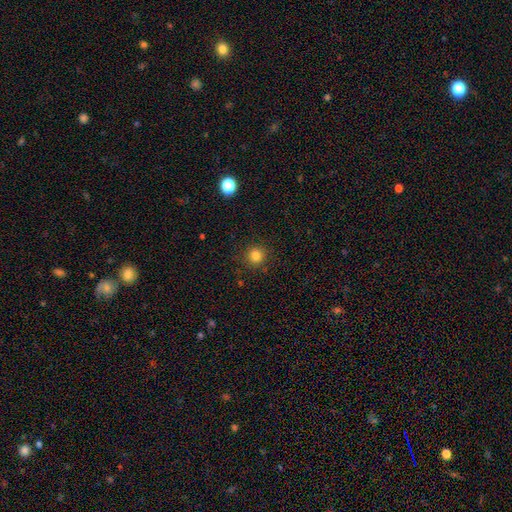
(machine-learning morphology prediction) smooth_or_featured: smooth (p=0.82) [alt: star or artifact p=0.13]
how_rounded: round (p=0.94) [alt: in between p=0.05]
merging: none (p=0.90) [alt: minor disturbance p=0.07]